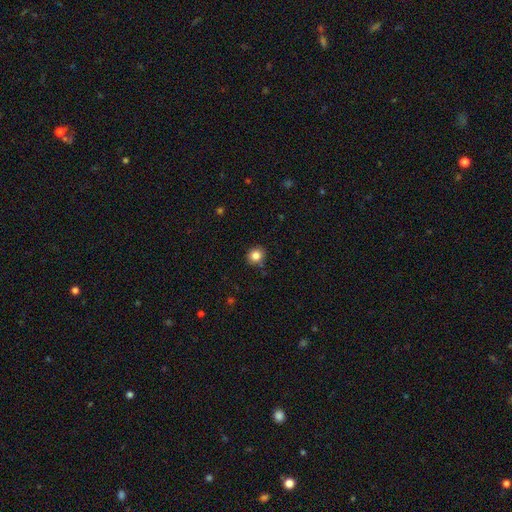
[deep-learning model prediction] A smooth galaxy with no disk features (83%) that is round (83%).

Vote fractions:
- Smooth or featured? smooth: 83% / star or artifact: 11% / featured or disk: 5%
- How rounded? round: 83% / in between: 16% / cigar-shaped: 1%
- Merging? none: 85% / minor disturbance: 10% / merger: 2% / major disturbance: 2%